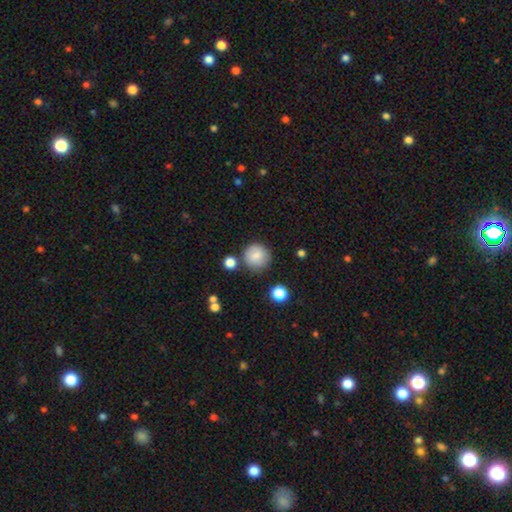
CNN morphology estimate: Smooth or featured? smooth (81%)
How rounded? round (93%)
Merging? none (79%)